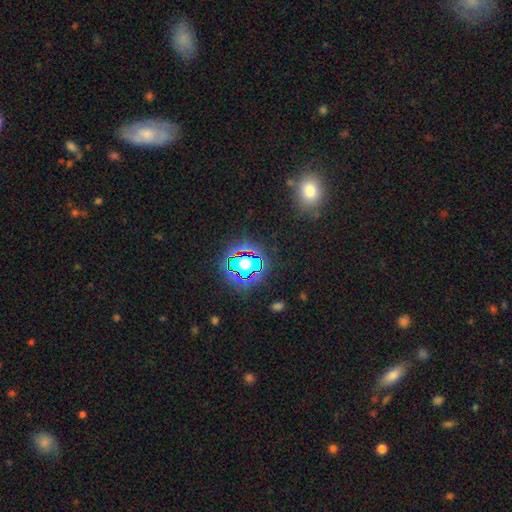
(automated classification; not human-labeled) Smooth or featured? Predicted: star or artifact (p=0.72).